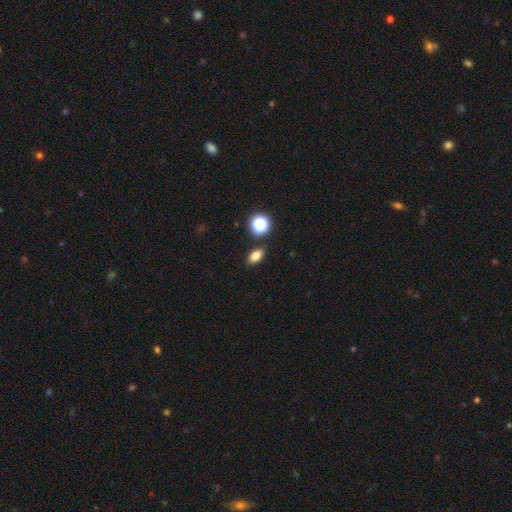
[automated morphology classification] A smooth galaxy with no disk features (78%) that is in between round and cigar-shaped (80%). Merging: none (85%).